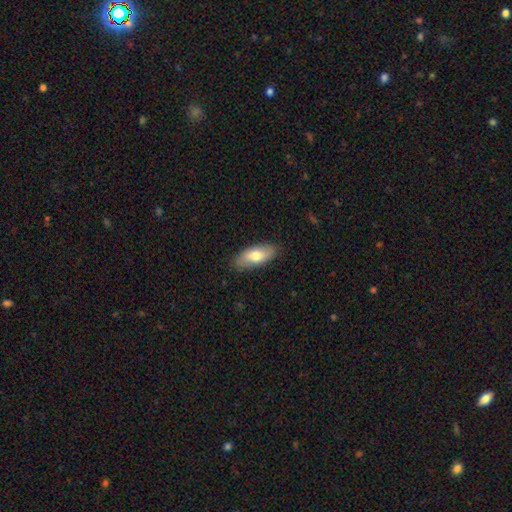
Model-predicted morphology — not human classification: Overall: smooth (72%). How rounded: in between (83%). Merging: none (84%).